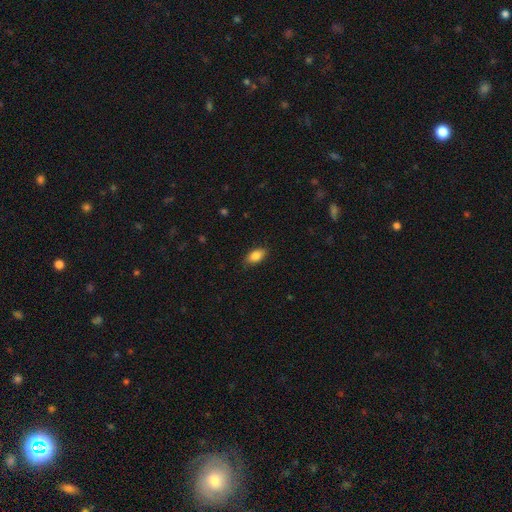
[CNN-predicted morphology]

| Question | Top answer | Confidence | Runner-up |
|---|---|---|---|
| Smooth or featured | smooth | 86% | star or artifact (8%) |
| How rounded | in between | 91% | round (6%) |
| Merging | none | 86% | minor disturbance (11%) |